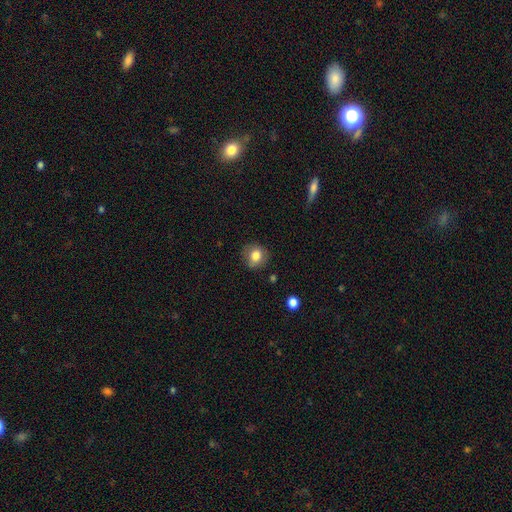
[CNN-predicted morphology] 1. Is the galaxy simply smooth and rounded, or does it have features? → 80% smooth, 10% star or artifact, 10% featured or disk.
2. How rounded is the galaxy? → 78% round, 21% in between, 1% cigar-shaped.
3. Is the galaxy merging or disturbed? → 80% none, 15% minor disturbance, 4% major disturbance, 2% merger.